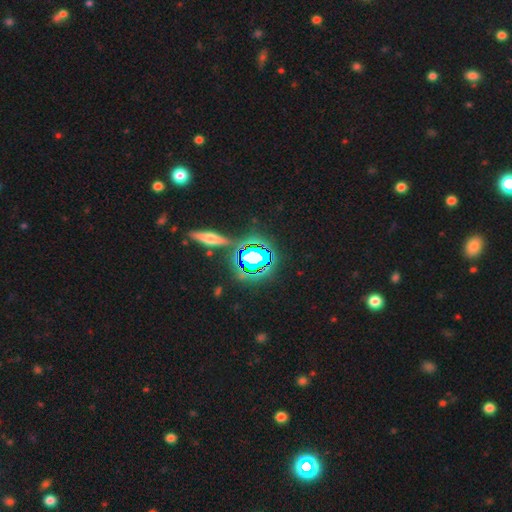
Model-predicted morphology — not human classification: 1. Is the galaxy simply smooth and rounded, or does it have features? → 68% star or artifact, 19% smooth, 13% featured or disk.